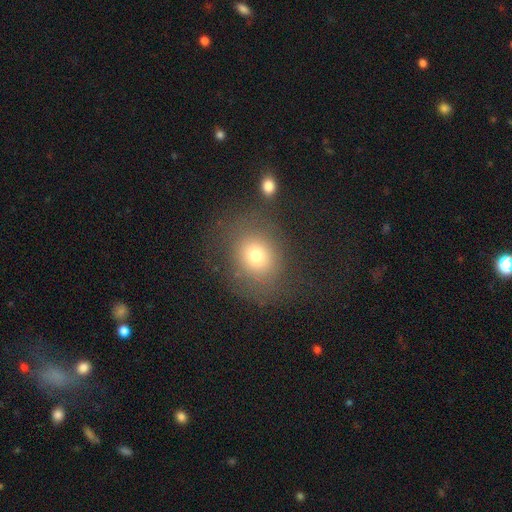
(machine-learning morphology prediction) A smooth galaxy with no disk features (71%) that is round (62%). Merging: none (68%).